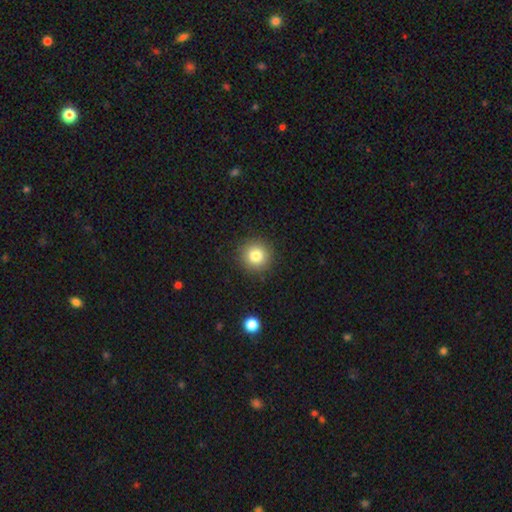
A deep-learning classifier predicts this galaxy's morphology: Smooth or featured? smooth (82%)
How rounded? round (94%)
Merging? none (91%)